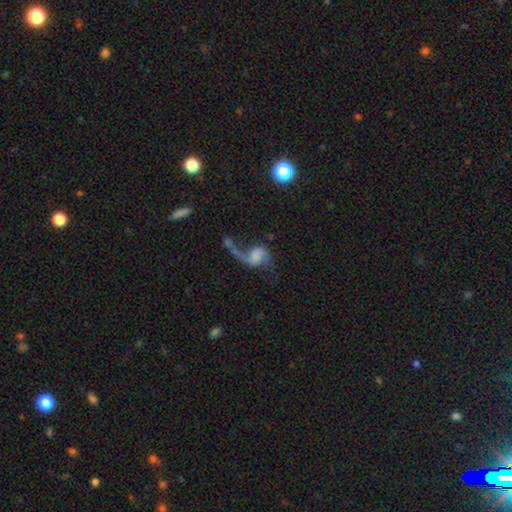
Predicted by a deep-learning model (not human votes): Smooth or featured: featured or disk — 66% (smooth — 25%)
Edge-on disk: no — 97% (yes — 3%)
Bar: no — 60% (weak — 29%)
Spiral arms: yes — 84% (no — 16%)
Spiral winding: loose — 84% (medium — 13%)
Spiral arm count: 2 — 67% (1 — 28%)
Bulge size: none — 53% (large — 15%)
Merging: major disturbance — 36% (none — 30%)